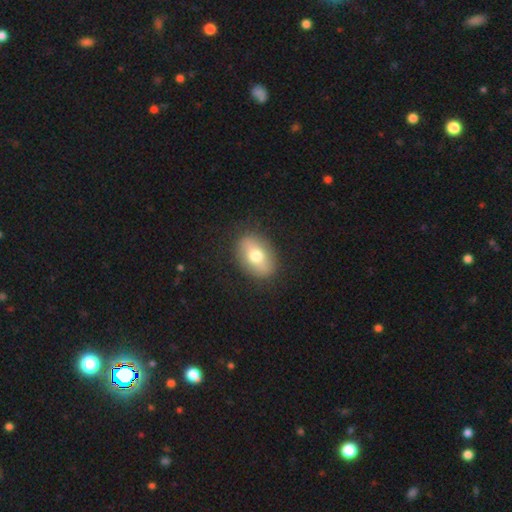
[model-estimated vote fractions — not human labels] A smooth galaxy with no disk features (65%) that is in between round and cigar-shaped (81%). Merging: none (86%).